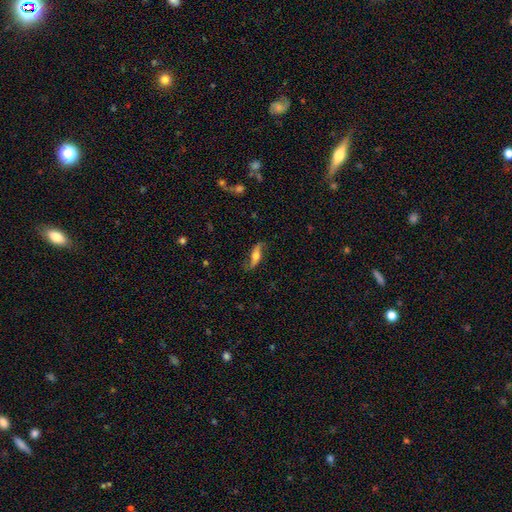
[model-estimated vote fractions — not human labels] A featured or disk galaxy (65%). Merging: none (77%).